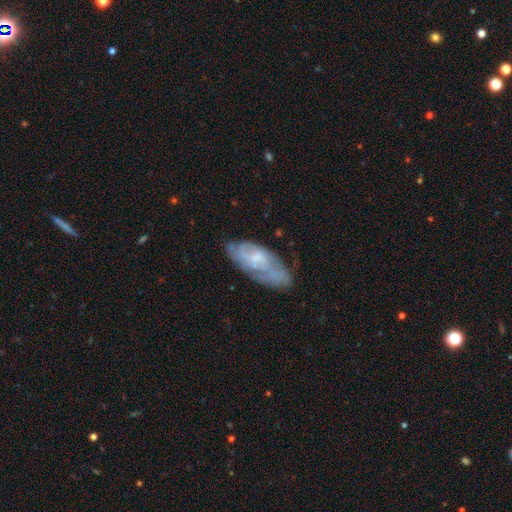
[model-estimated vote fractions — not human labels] Q: Smooth or featured?
A: featured or disk (56%); runner-up: smooth (32%)
Q: Edge-on disk?
A: no (81%); runner-up: yes (19%)
Q: Merging?
A: none (75%); runner-up: minor disturbance (18%)